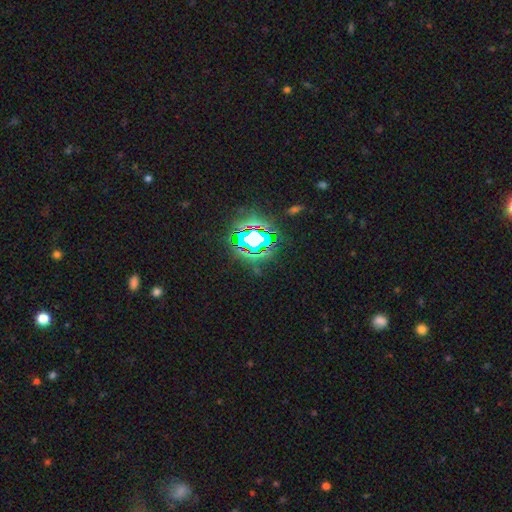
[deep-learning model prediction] smooth_or_featured: star or artifact (p=0.82) [alt: smooth p=0.11]